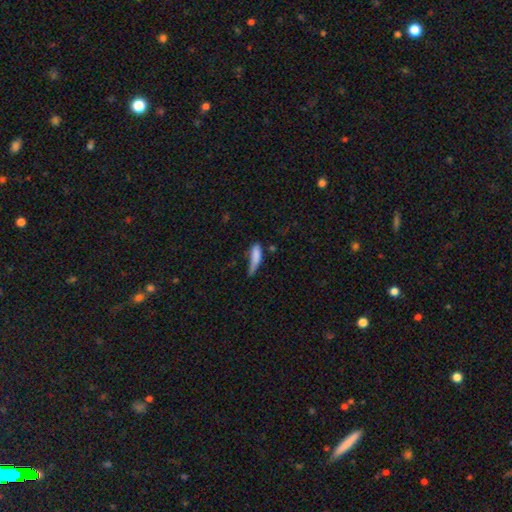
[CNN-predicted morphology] type=smooth (77%); roundness=cigar-shaped (64%); merging=minor disturbance (36%).